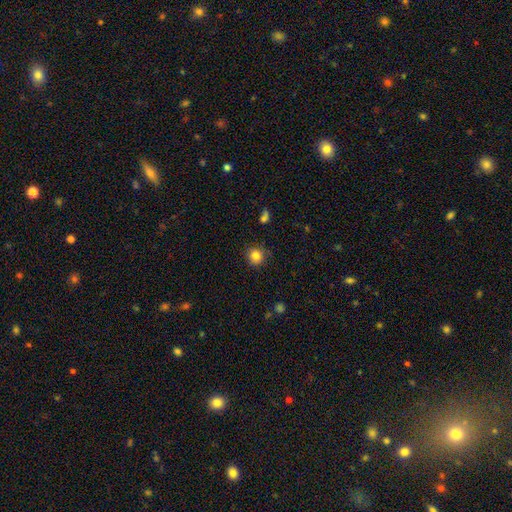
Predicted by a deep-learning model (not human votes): Smooth or featured? smooth (83%)
How rounded? round (91%)
Merging? none (84%)